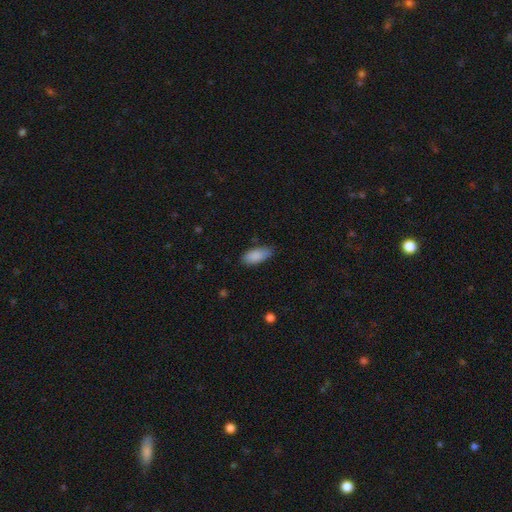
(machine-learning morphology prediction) This appears to be a smooth galaxy with no disk features (88%) that is in between round and cigar-shaped (88%). Merging: none (75%).